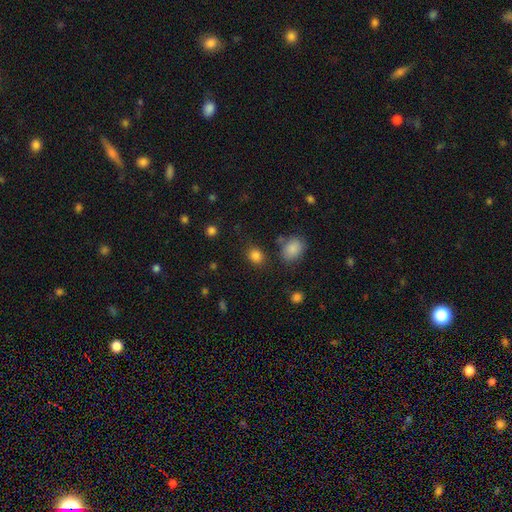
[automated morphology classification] Q: Smooth or featured?
A: smooth (83%); runner-up: star or artifact (12%)
Q: How rounded?
A: round (63%); runner-up: in between (36%)
Q: Merging?
A: none (81%); runner-up: minor disturbance (10%)